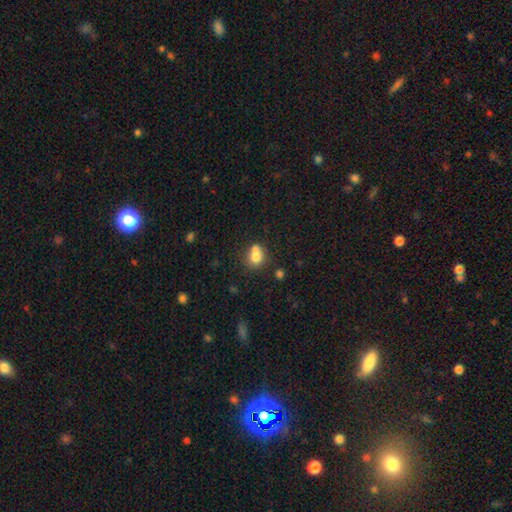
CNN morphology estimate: Smooth or featured? Predicted: smooth (p=0.75). How rounded? Predicted: round (p=0.63). Merging? Predicted: merger (p=0.42).